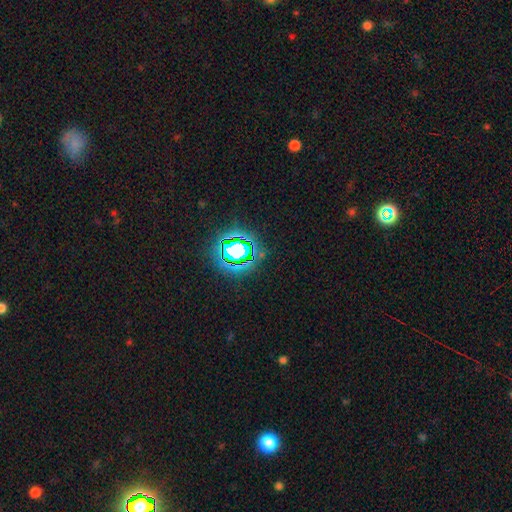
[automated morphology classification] This appears to be a star or artifact, not a galaxy (80%).